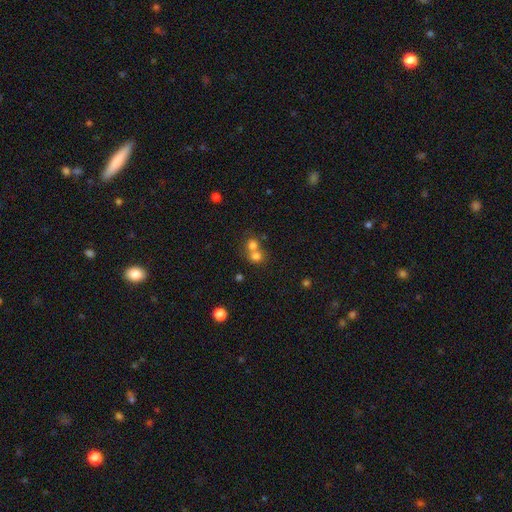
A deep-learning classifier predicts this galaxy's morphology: Smooth or featured: smooth — 74% (star or artifact — 14%)
How rounded: round — 81% (in between — 18%)
Merging: merger — 58% (none — 35%)